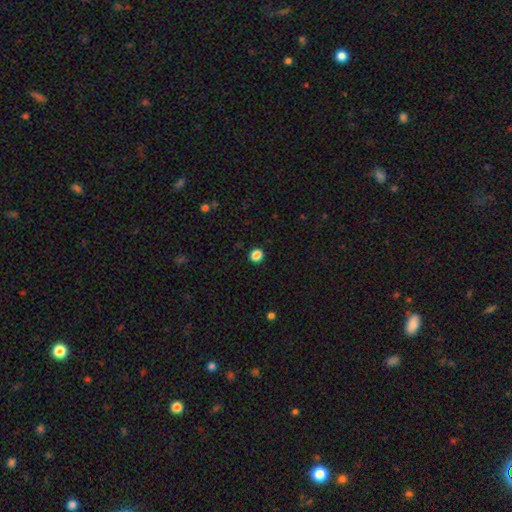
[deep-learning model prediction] This is clearly a smooth galaxy (86%). How rounded: likely round (79%). Merging: clearly none (91%).